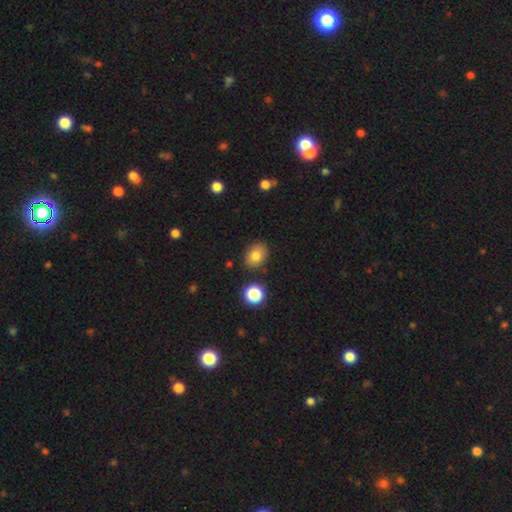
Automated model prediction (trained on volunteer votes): Morphology: type=smooth (80%); roundness=in between (60%); merging=none (84%).